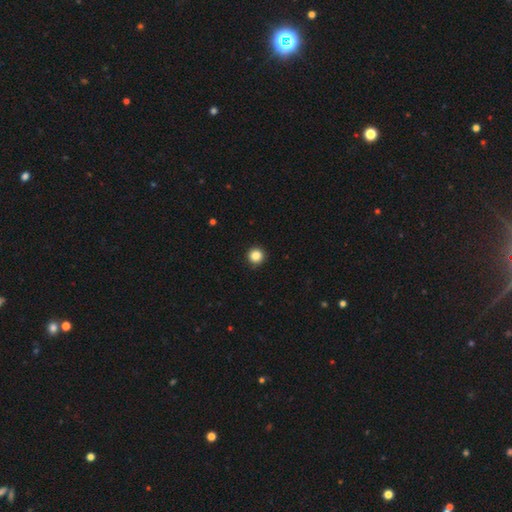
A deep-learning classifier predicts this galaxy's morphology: smooth-or-featured: smooth: 86% | star or artifact: 11% | featured or disk: 3%
  how-rounded: round: 96% | in between: 3% | cigar-shaped: 1%
  merging: none: 92% | minor disturbance: 6% | major disturbance: 2% | merger: 1%